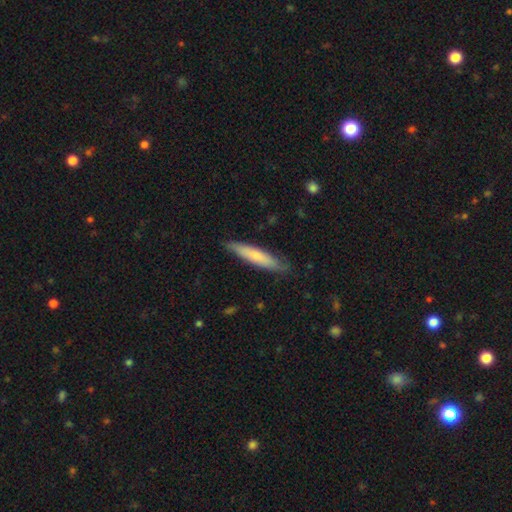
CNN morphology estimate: smooth-or-featured: smooth: 69% | featured or disk: 26% | star or artifact: 5%
  how-rounded: cigar-shaped: 88% | in between: 11% | round: 1%
  merging: none: 82% | minor disturbance: 15% | major disturbance: 2% | merger: 1%